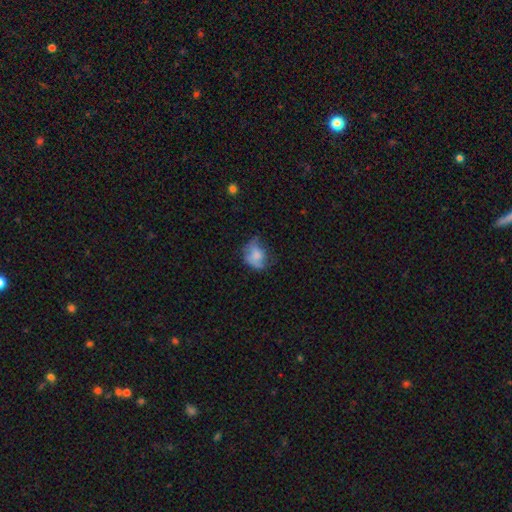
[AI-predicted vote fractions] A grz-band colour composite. It shows a smooth galaxy with no disk features (63%) that is in between round and cigar-shaped (57%). Merging: none (36%).